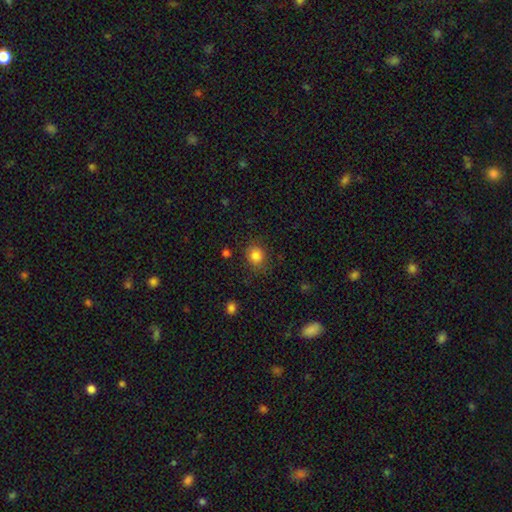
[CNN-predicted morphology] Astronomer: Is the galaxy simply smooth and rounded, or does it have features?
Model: smooth — 84%.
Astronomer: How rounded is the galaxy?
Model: round — 83%.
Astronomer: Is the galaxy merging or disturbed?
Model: none — 82%.